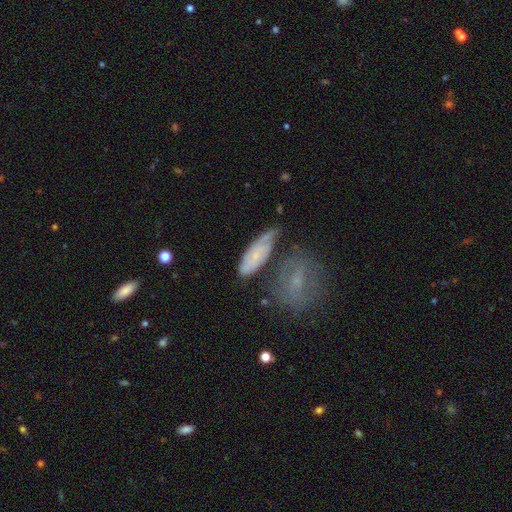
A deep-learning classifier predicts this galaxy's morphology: Q: Smooth or featured?
A: featured or disk (49%); runner-up: smooth (43%)
Q: Merging?
A: none (41%); runner-up: minor disturbance (26%)